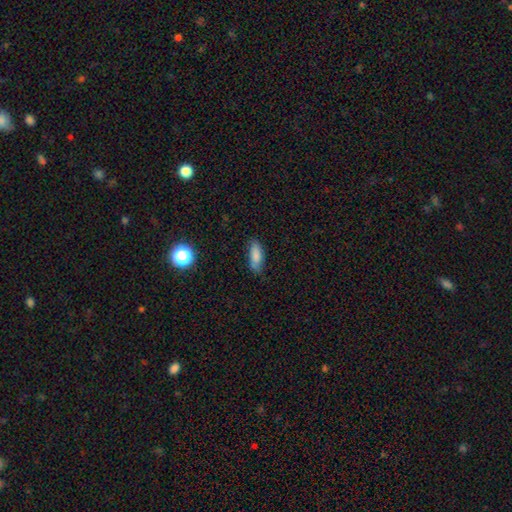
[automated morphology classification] Q: Smooth or featured?
A: smooth (83%); runner-up: featured or disk (9%)
Q: How rounded?
A: in between (72%); runner-up: cigar-shaped (25%)
Q: Merging?
A: none (78%); runner-up: minor disturbance (18%)